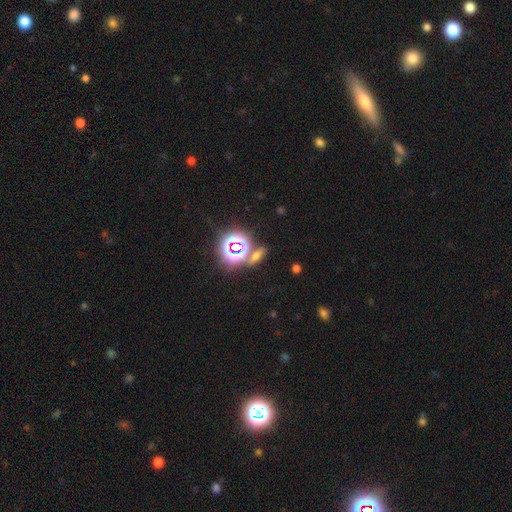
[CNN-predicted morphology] Smooth or featured?
  - star or artifact: 73% *
  - smooth: 18%
  - featured or disk: 9%